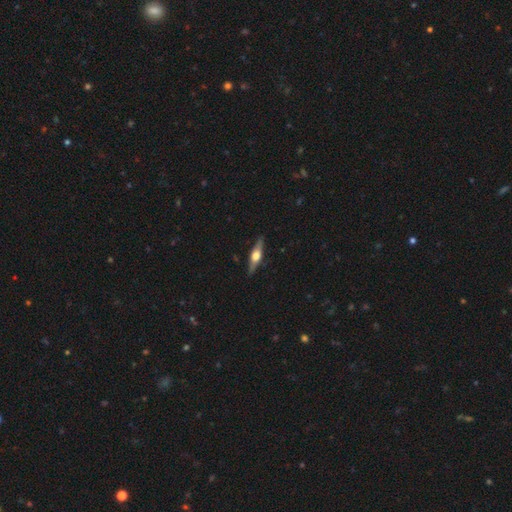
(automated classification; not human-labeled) smooth_or_featured: featured or disk (p=0.72) [alt: smooth p=0.23]
disk_edge_on: yes (p=0.97) [alt: no p=0.03]
edge_on_bulge: rounded (p=0.93) [alt: boxy p=0.05]
merging: none (p=0.89) [alt: minor disturbance p=0.08]